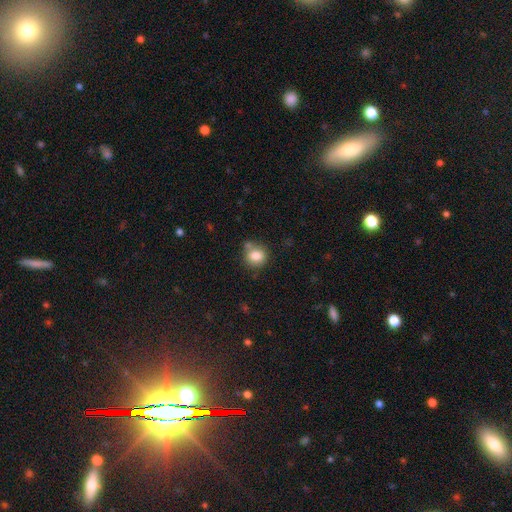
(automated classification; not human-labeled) A smooth galaxy with no disk features (83%) that is round (83%). Merging: none (66%).